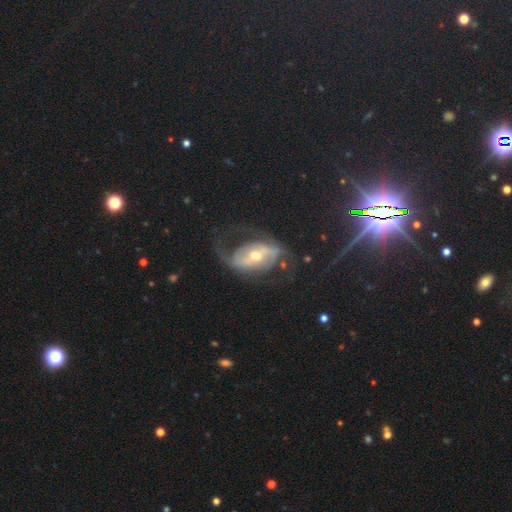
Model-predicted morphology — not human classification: This appears to be a featured or disk galaxy (82%) with a strong bar (43%), 2 (84%) loose (51%) spiral arms (85%) and a moderate central bulge (59%). Merging: none (54%).